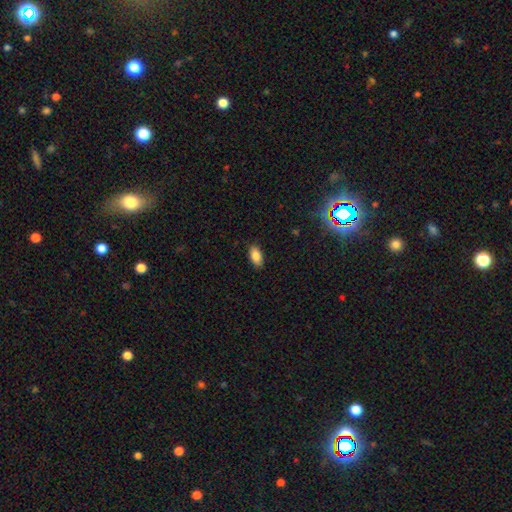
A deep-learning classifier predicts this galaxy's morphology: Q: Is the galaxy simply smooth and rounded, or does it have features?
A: smooth — 87%.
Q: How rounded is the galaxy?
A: in between — 92%.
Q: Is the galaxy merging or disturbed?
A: none — 88%.